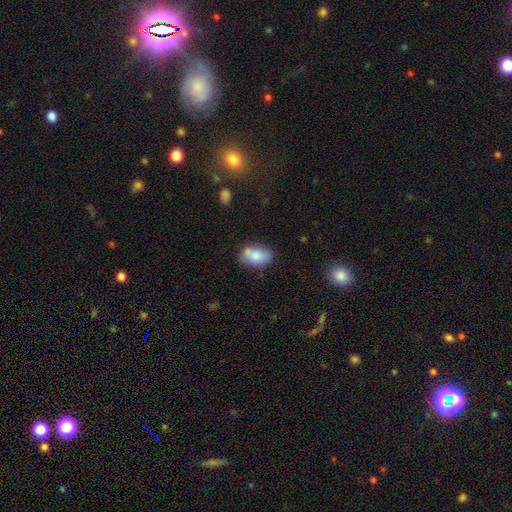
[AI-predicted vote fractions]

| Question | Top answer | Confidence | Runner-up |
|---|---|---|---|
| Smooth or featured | smooth | 78% | featured or disk (15%) |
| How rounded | in between | 87% | round (11%) |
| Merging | none | 66% | minor disturbance (21%) |